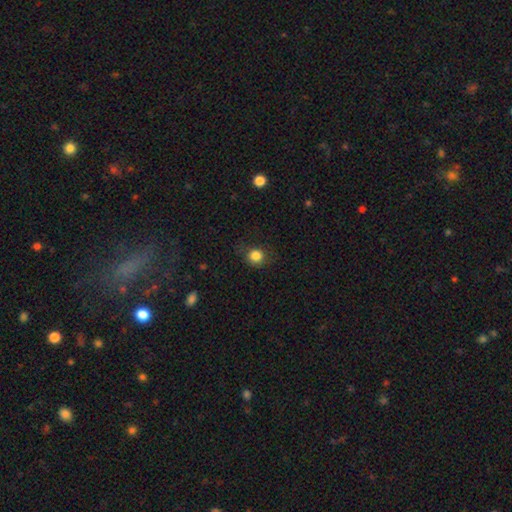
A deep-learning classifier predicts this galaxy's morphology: smooth 83%, star or artifact 12%, featured or disk 5%. Down the decision tree: how rounded — round (85%); merging — none (78%).